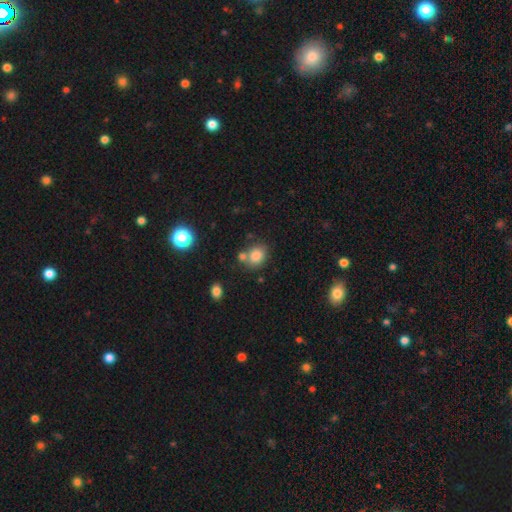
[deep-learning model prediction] Morphology: type=smooth (81%); roundness=round (60%); merging=none (62%).